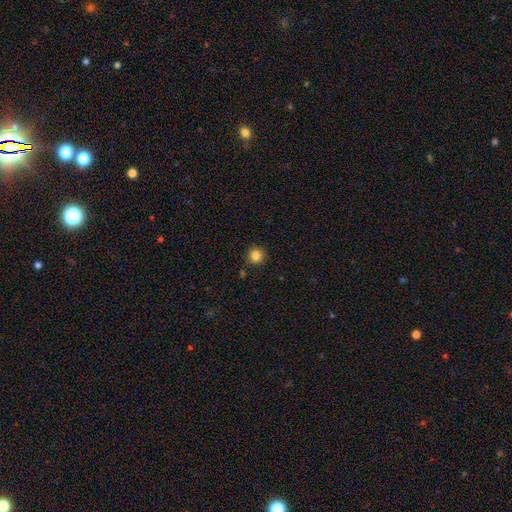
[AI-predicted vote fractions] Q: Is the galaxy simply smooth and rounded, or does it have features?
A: smooth — 84%.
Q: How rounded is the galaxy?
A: round — 92%.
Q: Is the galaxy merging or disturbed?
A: none — 88%.